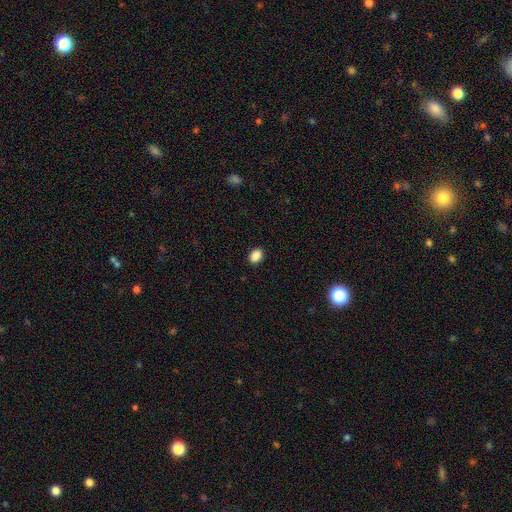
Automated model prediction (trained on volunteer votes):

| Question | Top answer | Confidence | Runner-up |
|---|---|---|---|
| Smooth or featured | smooth | 89% | star or artifact (9%) |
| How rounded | in between | 75% | round (24%) |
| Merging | none | 90% | minor disturbance (7%) |